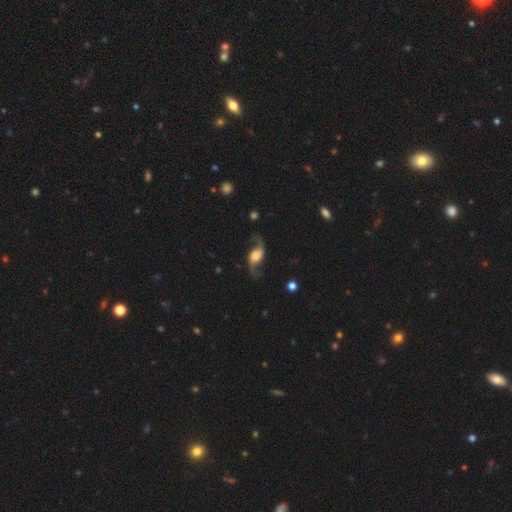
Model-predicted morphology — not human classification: Smooth or featured? Predicted: featured or disk (p=0.81). Edge-on disk? Predicted: no (p=0.94). Bar? Predicted: no (p=0.55). Spiral arms? Predicted: yes (p=0.95). Spiral winding? Predicted: loose (p=0.86). Spiral arm count? Predicted: 2 (p=0.94). Bulge size? Predicted: large (p=0.43). Merging? Predicted: none (p=0.74).